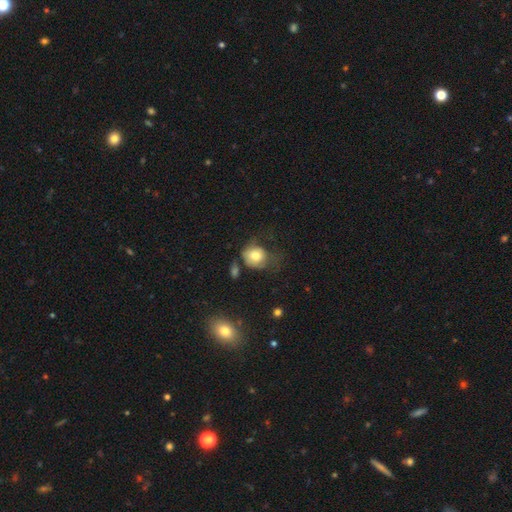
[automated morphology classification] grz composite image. It shows a smooth galaxy with no disk features (73%) that is round (70%). Merging: none (34%).